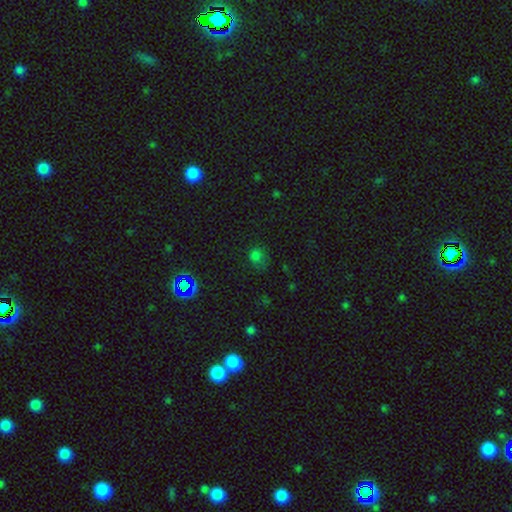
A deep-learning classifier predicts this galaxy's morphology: This is likely a smooth galaxy (69%). How rounded: likely round (73%). Merging: likely none (62%).